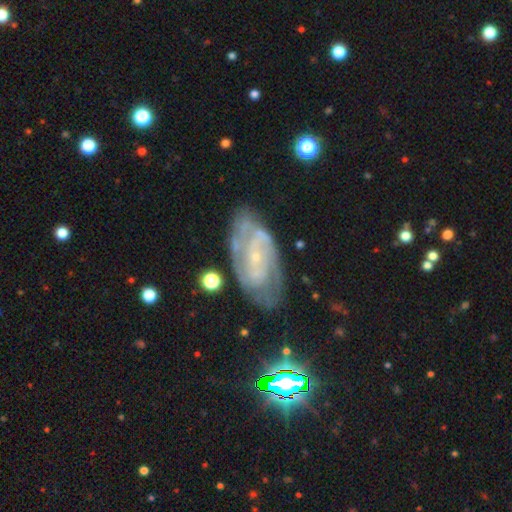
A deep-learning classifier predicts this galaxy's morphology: This is likely a featured or disk galaxy (79%). It is clearly not viewed edge-on (94%). Bar: possibly no (52%). Spiral arm pattern: clearly yes (88%). Spiral arm count: marginally 2 (44%). Spiral winding: possibly tight (53%). Central bulge: clearly small (82%). Merging: likely none (69%).